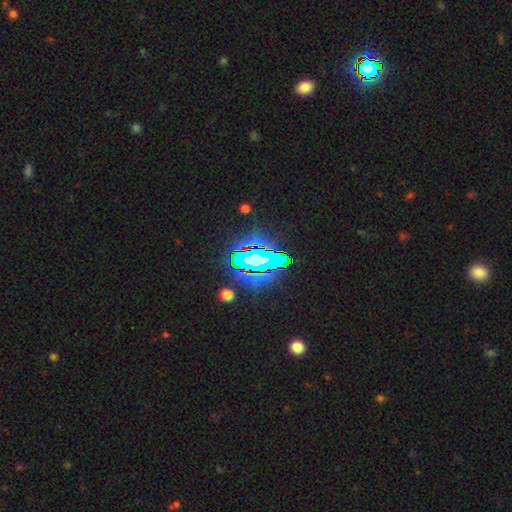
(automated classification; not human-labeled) smooth-or-featured: star or artifact: 81% | smooth: 11% | featured or disk: 8%